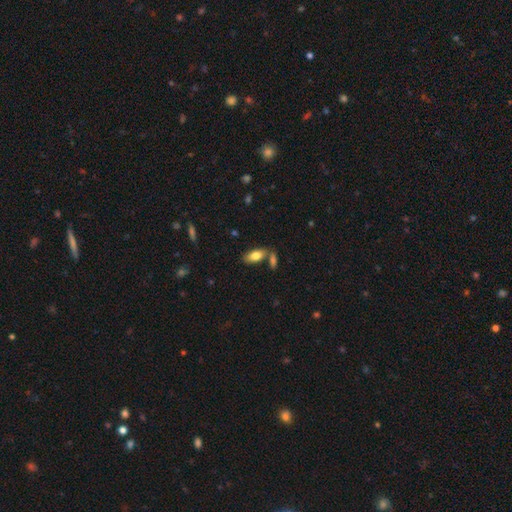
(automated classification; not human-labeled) This is likely a smooth galaxy (78%). How rounded: clearly in between (86%). Merging: likely none (69%).